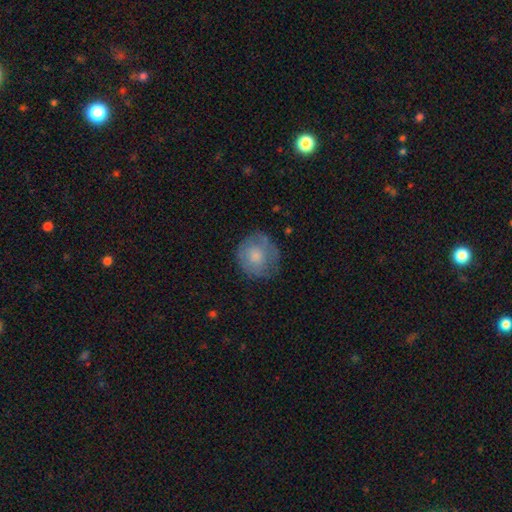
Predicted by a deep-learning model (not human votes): The model was most divided on "smooth or featured": smooth: 68%, featured or disk: 25%, star or artifact: 7%. More confident: how rounded — round (88%); merging — none (70%).